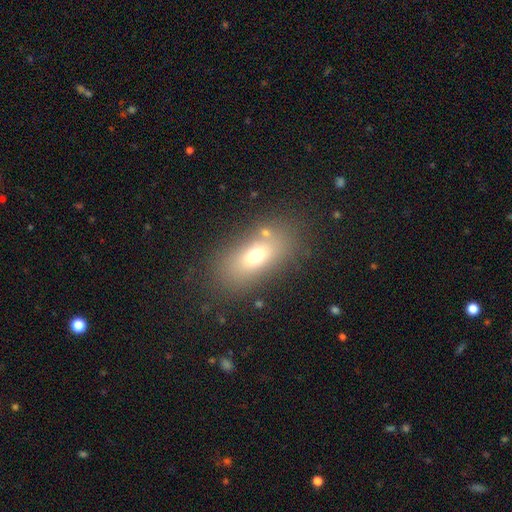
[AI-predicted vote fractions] smooth 67%, featured or disk 19%, star or artifact 14%. Down the decision tree: how rounded — in between (81%); merging — none (76%).